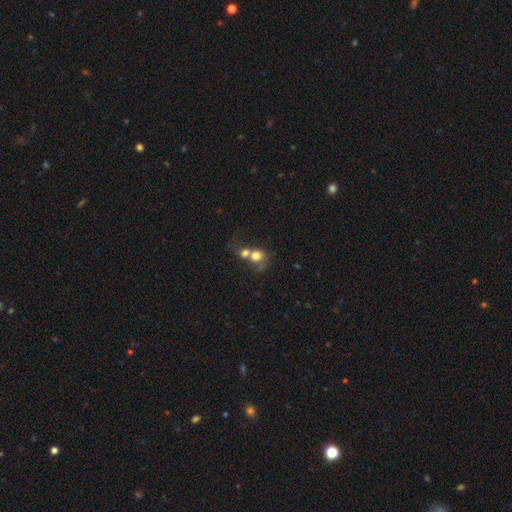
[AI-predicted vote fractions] This is likely a smooth galaxy (70%). How rounded: likely round (72%). Merging: likely merger (69%).